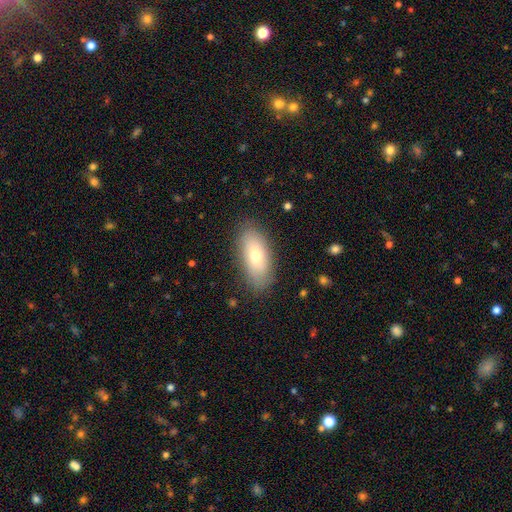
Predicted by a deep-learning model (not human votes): Smooth or featured? Predicted: smooth (p=0.69). How rounded? Predicted: in between (p=0.86). Merging? Predicted: none (p=0.84).